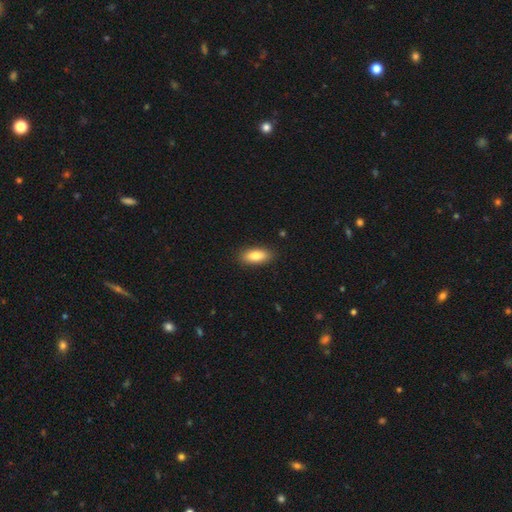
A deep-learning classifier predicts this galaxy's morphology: A smooth galaxy with no disk features (84%) that is in between round and cigar-shaped (82%). Merging: none (87%).